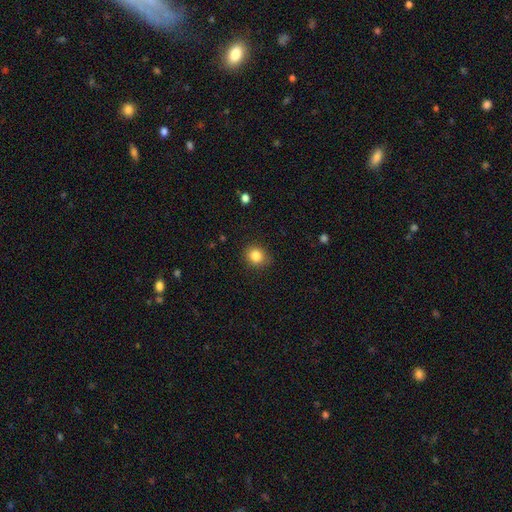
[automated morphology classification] smooth 85%, star or artifact 10%, featured or disk 5%. Down the decision tree: how rounded — round (78%); merging — none (84%).